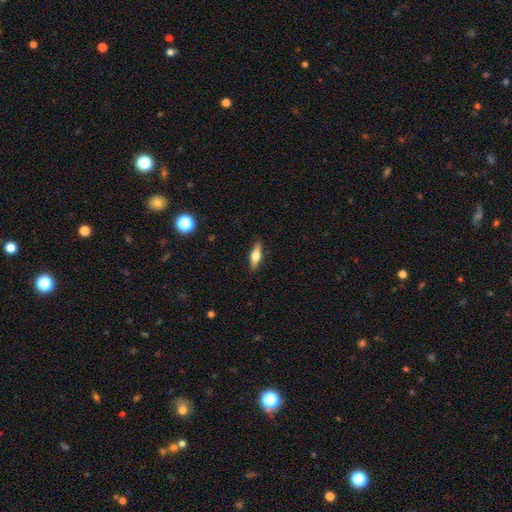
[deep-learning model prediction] Smooth or featured?
  - smooth: 47% *
  - featured or disk: 46%
  - star or artifact: 7%
Merging?
  - none: 89% *
  - minor disturbance: 8%
  - major disturbance: 2%
  - merger: 1%